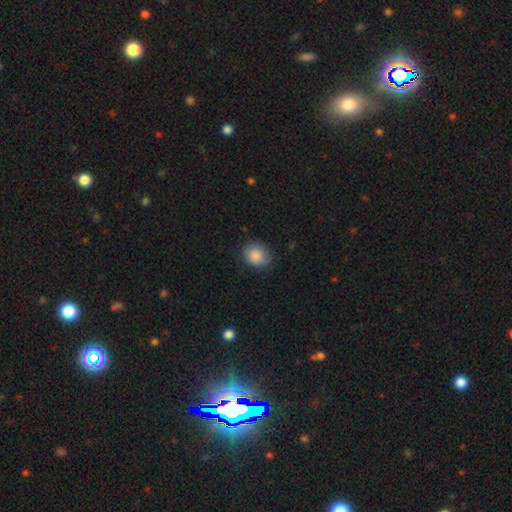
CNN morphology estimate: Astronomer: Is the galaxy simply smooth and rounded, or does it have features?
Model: smooth — 87%.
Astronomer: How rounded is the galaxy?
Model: round — 54% (runner-up: in between, 45%).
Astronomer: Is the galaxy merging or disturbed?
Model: none — 81%.